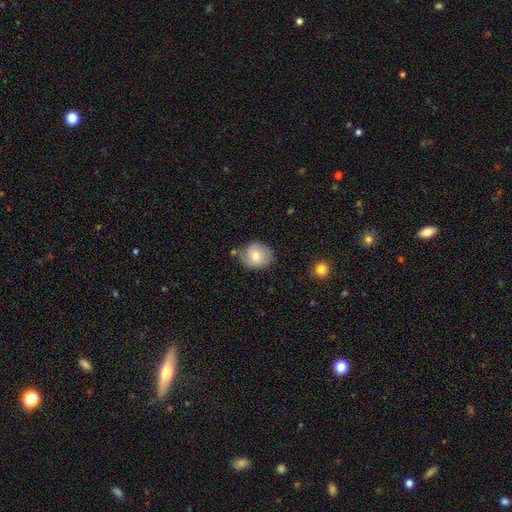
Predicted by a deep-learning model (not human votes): Q: Smooth or featured?
A: smooth (58%); runner-up: featured or disk (34%)
Q: How rounded?
A: round (72%); runner-up: in between (27%)
Q: Merging?
A: none (61%); runner-up: minor disturbance (27%)